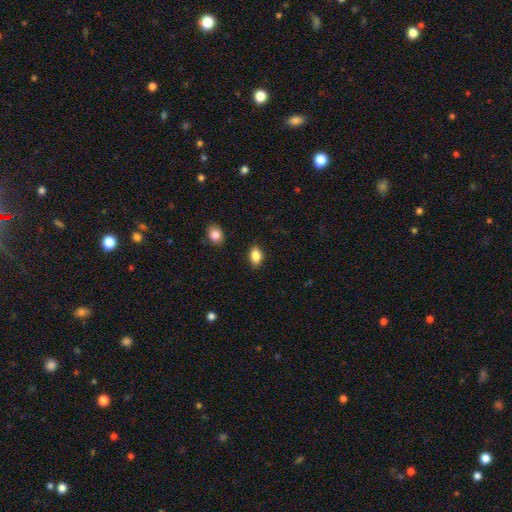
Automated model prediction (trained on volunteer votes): A smooth galaxy with no disk features (87%) that is in between round and cigar-shaped (85%). Merging: none (88%).